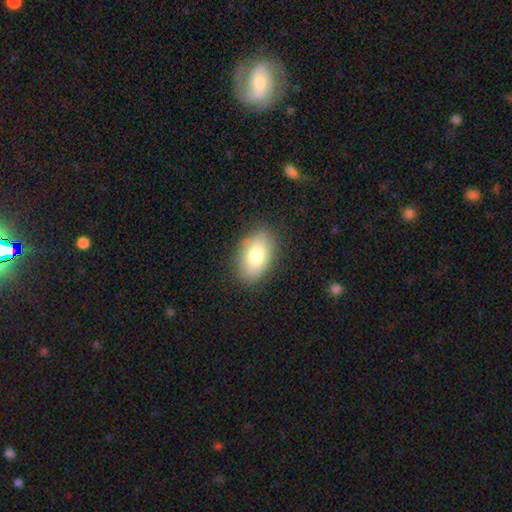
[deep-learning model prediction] Overall: smooth (78%). How rounded: in between (89%). Merging: none (85%).